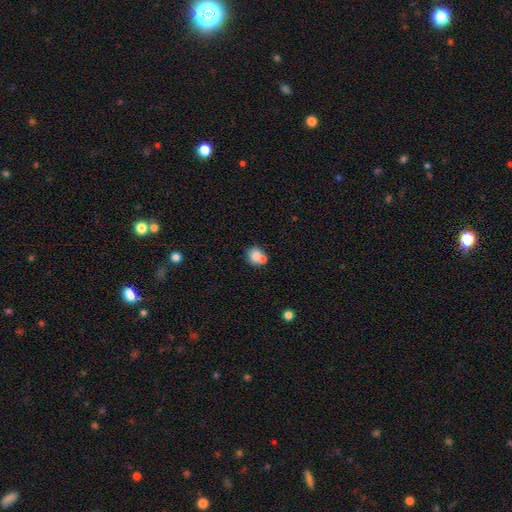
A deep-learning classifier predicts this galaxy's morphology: The model was most divided on "merging": none: 48%, merger: 38%, minor disturbance: 10%, major disturbance: 4%. More confident: smooth or featured — smooth (78%); how rounded — round (75%).